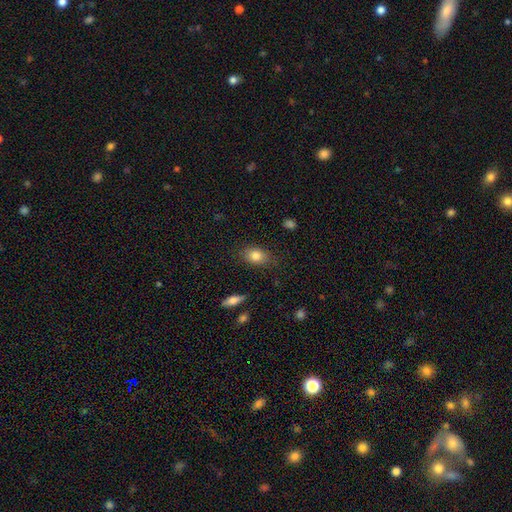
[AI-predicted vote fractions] Smooth or featured? smooth (82%)
How rounded? in between (78%)
Merging? none (81%)